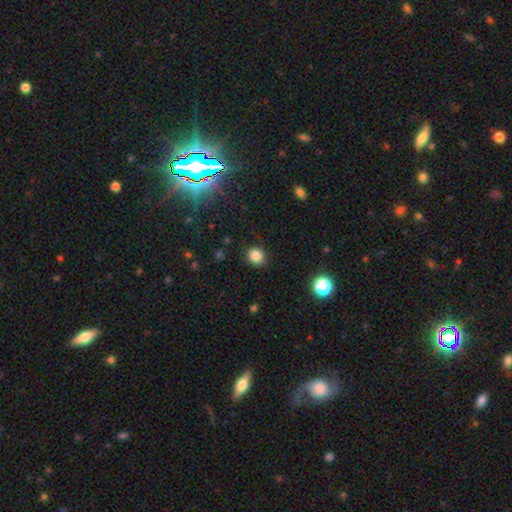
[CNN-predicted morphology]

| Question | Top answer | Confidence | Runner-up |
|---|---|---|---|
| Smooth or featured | smooth | 84% | star or artifact (11%) |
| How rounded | round | 70% | in between (29%) |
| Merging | none | 87% | minor disturbance (9%) |